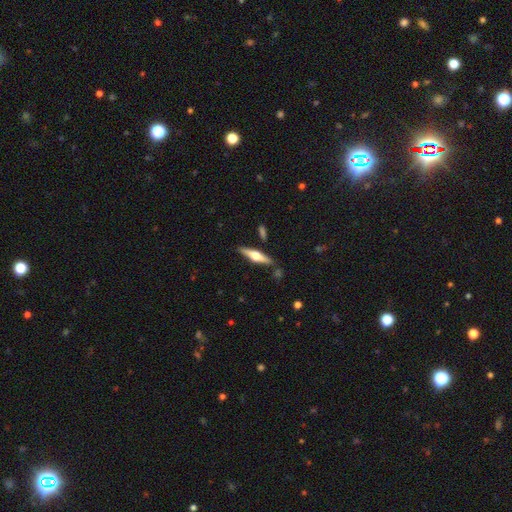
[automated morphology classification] Overall: featured or disk (66%; smooth 29%). Edge-on disk: yes (96%). Edge-on bulge: rounded (94%). Merging: none (85%).